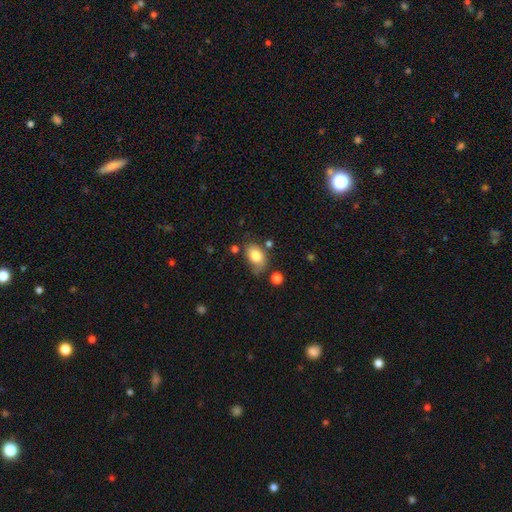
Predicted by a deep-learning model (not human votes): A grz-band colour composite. It shows a smooth galaxy with no disk features (81%) that is in between round and cigar-shaped (82%). Merging: none (53%).